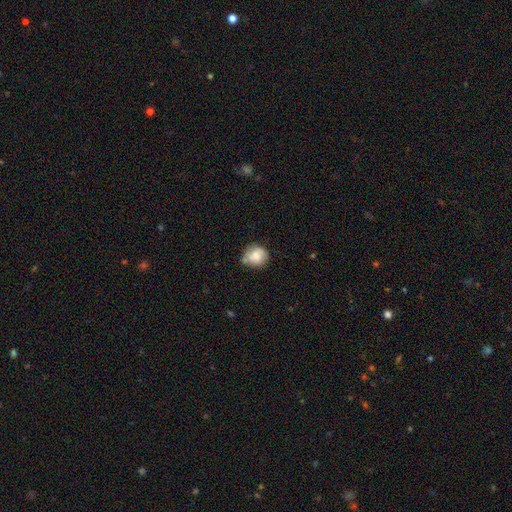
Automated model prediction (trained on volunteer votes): The model was most divided on "merging": none: 56%, minor disturbance: 30%, major disturbance: 7%, merger: 7%. More confident: how rounded — round (76%); smooth or featured — smooth (68%).